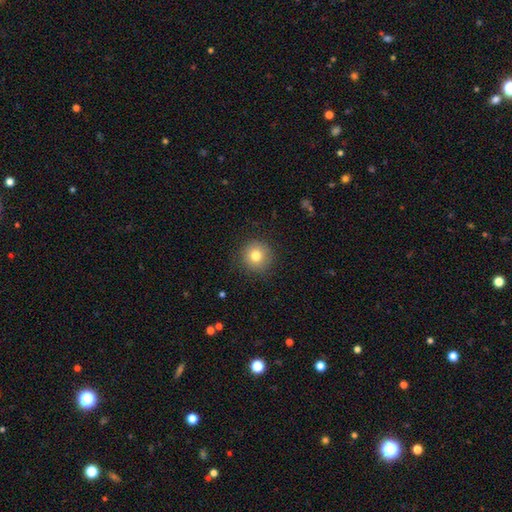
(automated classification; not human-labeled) Smooth or featured? smooth (79%)
How rounded? round (94%)
Merging? none (88%)